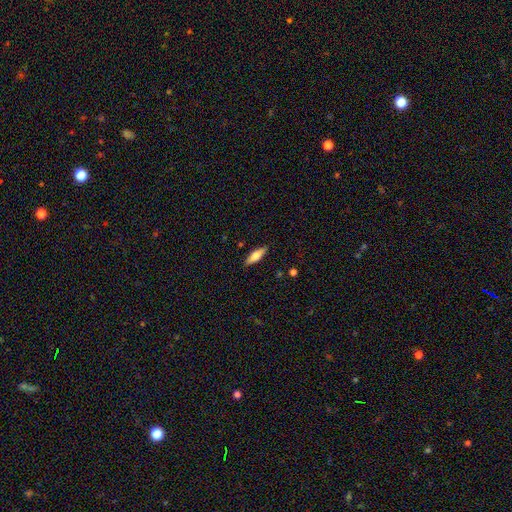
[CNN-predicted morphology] Smooth or featured: smooth — 62% (featured or disk — 32%)
How rounded: in between — 49% (tied with cigar-shaped — 49%)
Merging: none — 88% (minor disturbance — 9%)